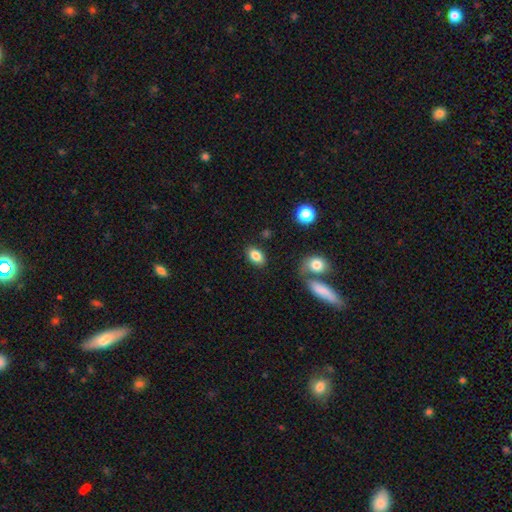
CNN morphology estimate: A smooth galaxy with no disk features (84%) that is in between round and cigar-shaped (87%). Merging: none (82%).